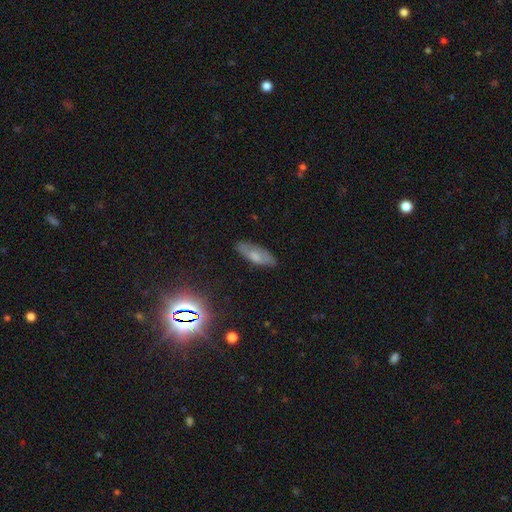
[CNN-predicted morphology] Overall: smooth (65%). How rounded: in between (72%). Merging: none (77%).